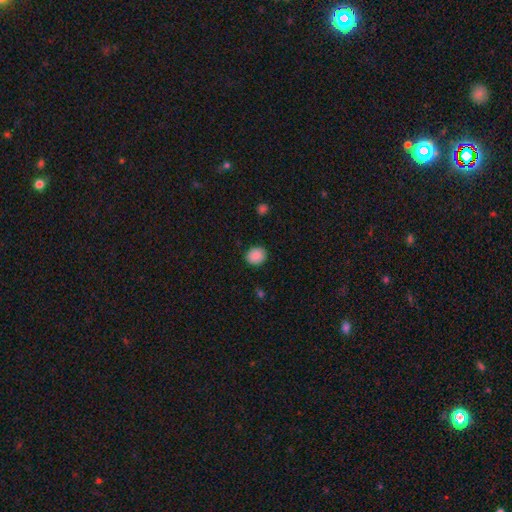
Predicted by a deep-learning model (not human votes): A smooth galaxy with no disk features (89%) that is round (72%). Merging: none (89%).